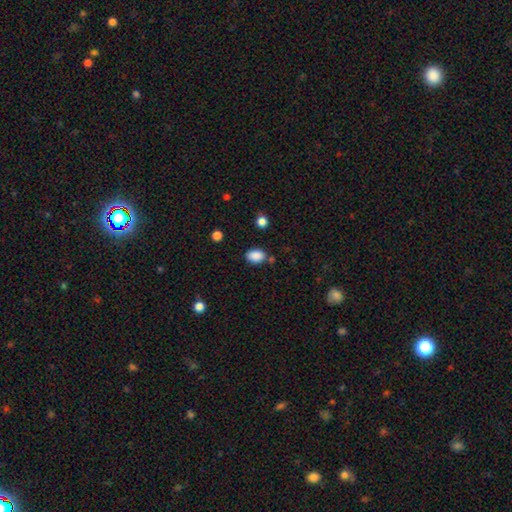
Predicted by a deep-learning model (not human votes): A smooth galaxy with no disk features (88%) that is in between round and cigar-shaped (80%).

Vote fractions:
- Smooth or featured? smooth: 88% / star or artifact: 9% / featured or disk: 4%
- How rounded? in between: 80% / round: 18% / cigar-shaped: 1%
- Merging? none: 76% / minor disturbance: 15% / merger: 5% / major disturbance: 4%